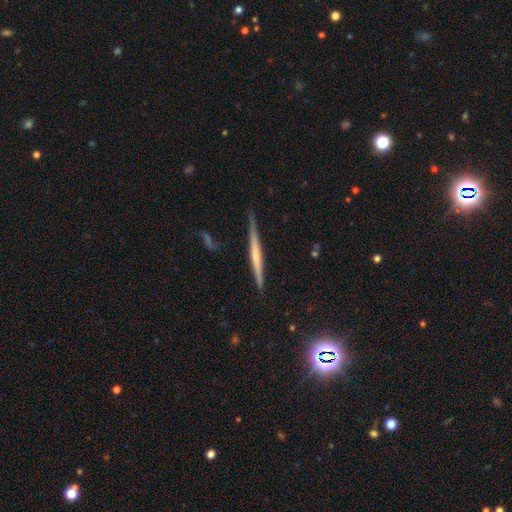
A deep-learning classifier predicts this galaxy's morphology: smooth_or_featured: featured or disk (p=0.63) [alt: smooth p=0.31]
disk_edge_on: yes (p=0.97) [alt: no p=0.03]
edge_on_bulge: none (p=0.59) [alt: rounded p=0.32]
merging: none (p=0.79) [alt: minor disturbance p=0.16]